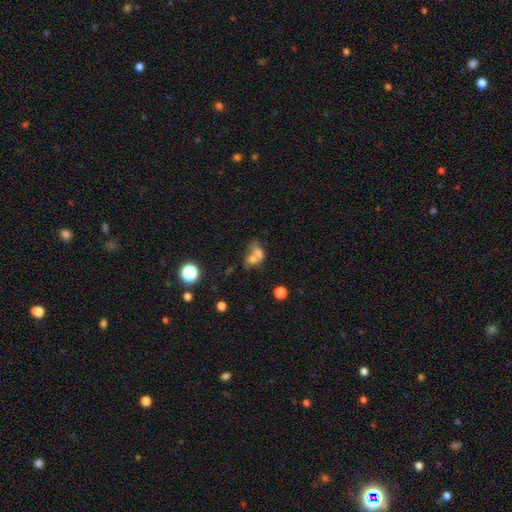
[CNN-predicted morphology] smooth_or_featured: smooth (p=0.63) [alt: featured or disk p=0.22]
how_rounded: in between (p=0.57) [alt: round p=0.40]
merging: merger (p=0.68) [alt: none p=0.18]